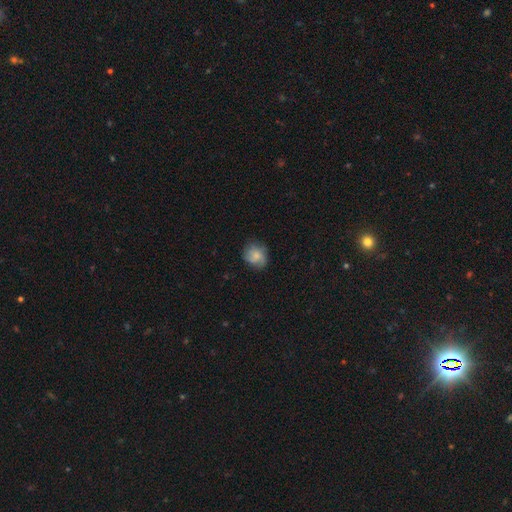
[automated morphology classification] The model was most divided on "smooth or featured": smooth: 65%, featured or disk: 26%, star or artifact: 9%. More confident: how rounded — round (72%); merging — none (69%).